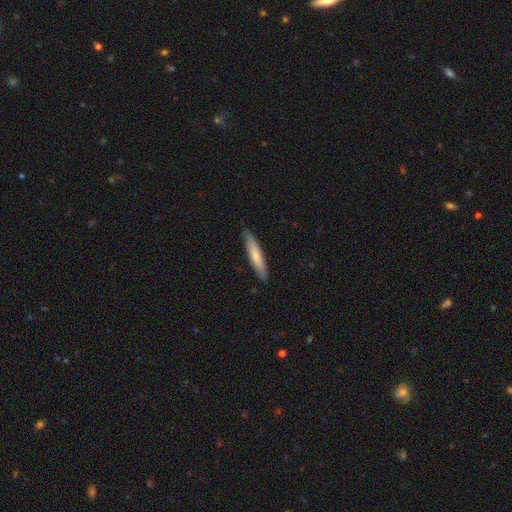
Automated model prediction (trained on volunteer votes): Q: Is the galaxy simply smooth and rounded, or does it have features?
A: smooth — 72%.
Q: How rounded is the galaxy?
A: cigar-shaped — 89%.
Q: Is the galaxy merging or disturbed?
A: none — 88%.